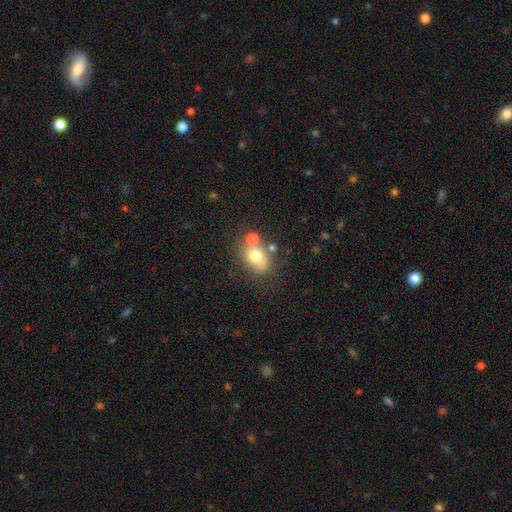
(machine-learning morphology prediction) type=smooth (70%); roundness=in between (62%); merging=none (52%).